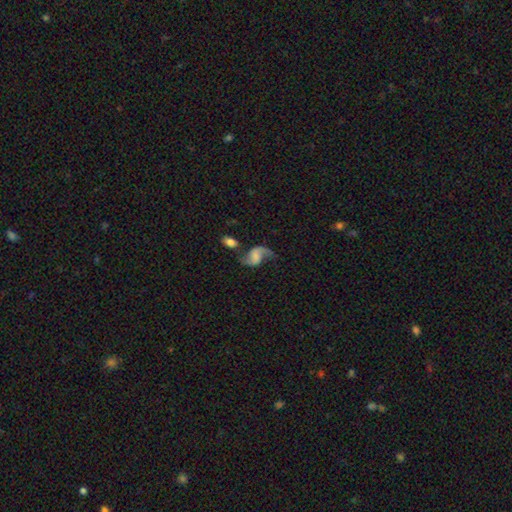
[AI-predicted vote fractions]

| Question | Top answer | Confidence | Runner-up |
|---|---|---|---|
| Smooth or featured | featured or disk | 78% | smooth (15%) |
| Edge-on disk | no | 98% | yes (2%) |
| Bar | no | 49% | weak (38%) |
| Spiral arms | yes | 94% | no (6%) |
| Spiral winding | loose | 76% | medium (20%) |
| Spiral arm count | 2 | 86% | 1 (9%) |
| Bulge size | none | 52% | small (19%) |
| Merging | none | 53% | minor disturbance (19%) |